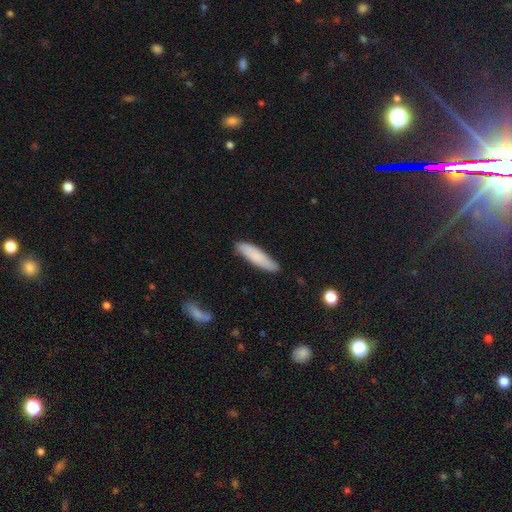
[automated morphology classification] Q: Smooth or featured?
A: smooth (81%); runner-up: featured or disk (13%)
Q: How rounded?
A: cigar-shaped (74%); runner-up: in between (24%)
Q: Merging?
A: none (84%); runner-up: minor disturbance (12%)